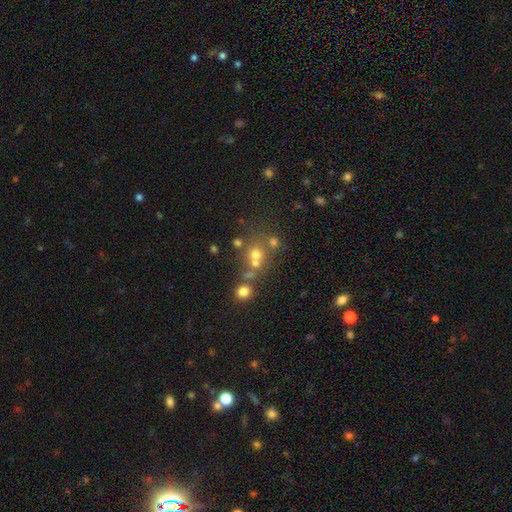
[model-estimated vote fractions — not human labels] The model was most divided on "merging": none: 50%, merger: 36%, minor disturbance: 9%, major disturbance: 5%. More confident: how rounded — round (82%); smooth or featured — smooth (55%).